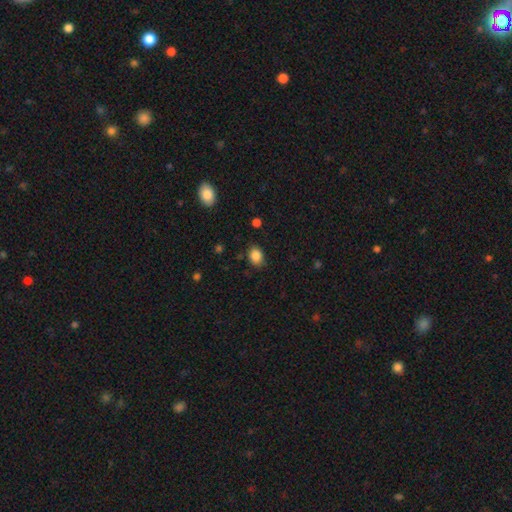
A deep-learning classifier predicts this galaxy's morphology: smooth_or_featured: smooth (p=0.86) [alt: star or artifact p=0.10]
how_rounded: in between (p=0.65) [alt: round p=0.34]
merging: none (p=0.81) [alt: minor disturbance p=0.14]